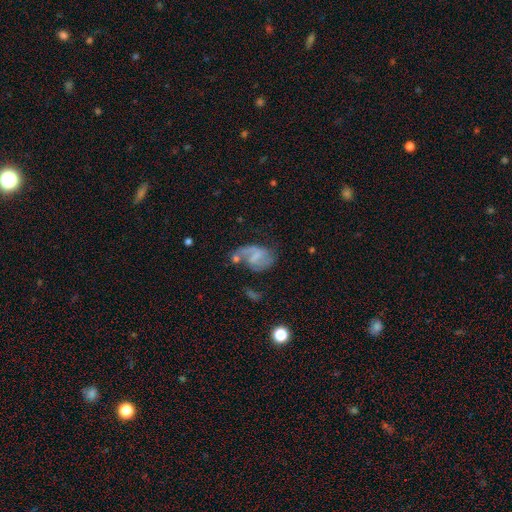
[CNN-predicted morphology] featured or disk 66%, smooth 25%, star or artifact 9%. Down the decision tree: edge-on disk — no (97%); bar — weak (49%); spiral arms — yes (82%); spiral arm count — 2 (63%); spiral winding — medium (42%); bulge size — none (54%); merging — none (37%).